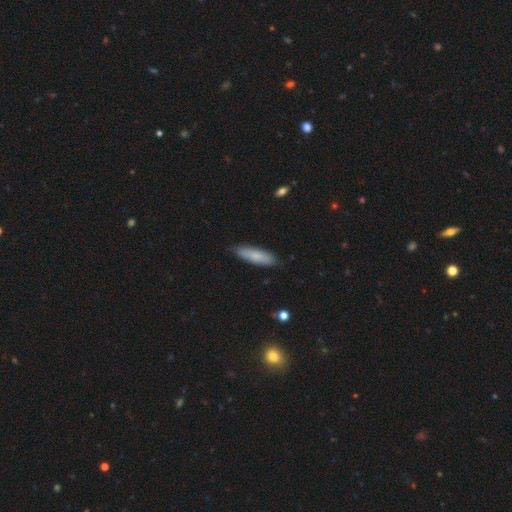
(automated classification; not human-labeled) Q: Smooth or featured?
A: smooth (77%); runner-up: featured or disk (17%)
Q: How rounded?
A: cigar-shaped (62%); runner-up: in between (36%)
Q: Merging?
A: none (83%); runner-up: minor disturbance (14%)